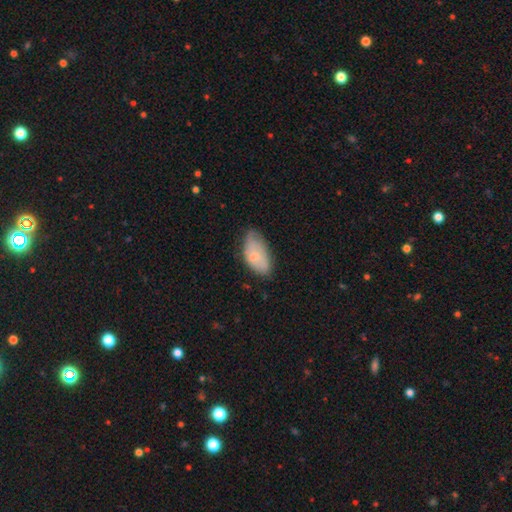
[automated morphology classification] smooth 71%, featured or disk 22%, star or artifact 7%. Down the decision tree: how rounded — in between (94%); merging — none (48%).